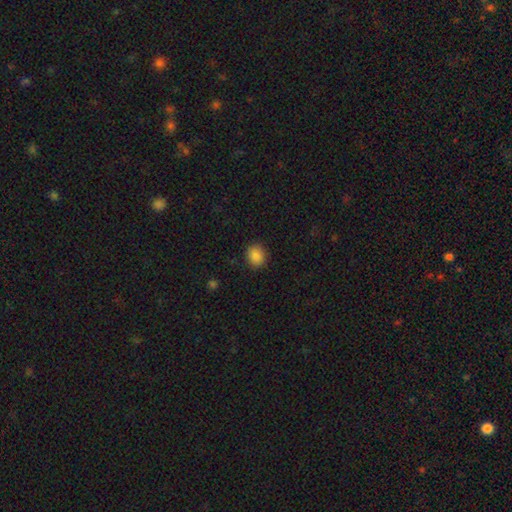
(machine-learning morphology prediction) Overall: smooth (87%). How rounded: round (58%; in between 41%). Merging: none (88%).